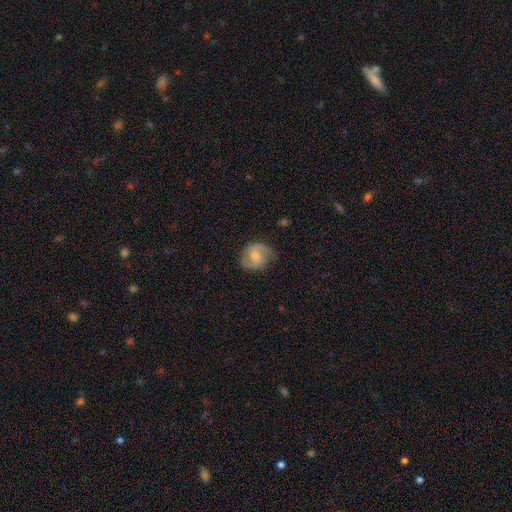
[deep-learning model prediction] The model was most divided on "bar": weak: 46%, no: 43%, strong: 11%. Remaining: edge-on disk — no (98%); spiral arms — yes (92%); spiral arm count — 2 (87%); merging — none (74%); smooth or featured — featured or disk (67%); spiral winding — medium (50%); bulge size — moderate (45%).